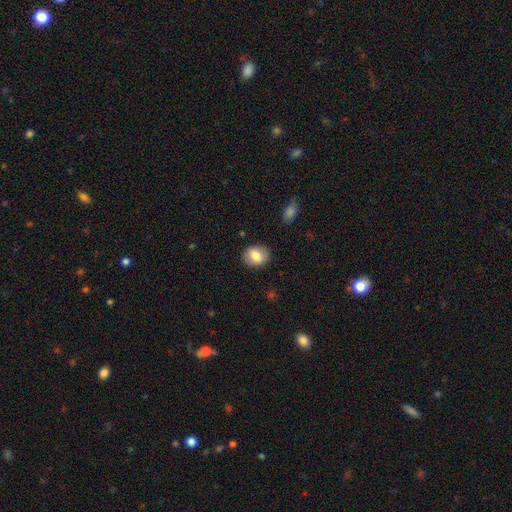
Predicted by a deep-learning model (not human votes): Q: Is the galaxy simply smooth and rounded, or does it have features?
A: smooth — 82%.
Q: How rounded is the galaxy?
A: in between — 52%.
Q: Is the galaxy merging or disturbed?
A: none — 86%.